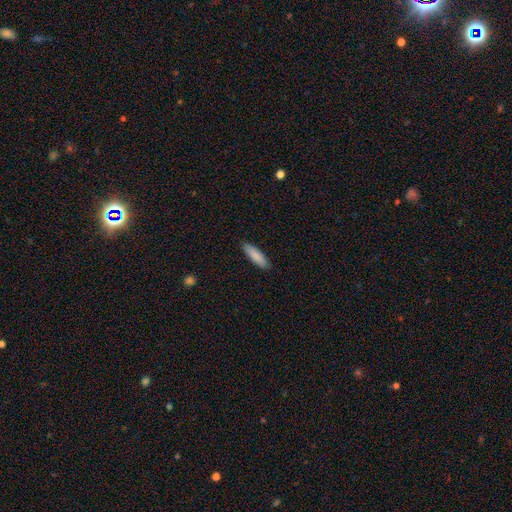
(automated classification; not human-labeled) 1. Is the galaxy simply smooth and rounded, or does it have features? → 88% smooth, 7% featured or disk, 6% star or artifact.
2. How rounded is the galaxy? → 62% cigar-shaped, 36% in between, 1% round.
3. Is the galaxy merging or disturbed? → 89% none, 8% minor disturbance, 2% major disturbance, 1% merger.